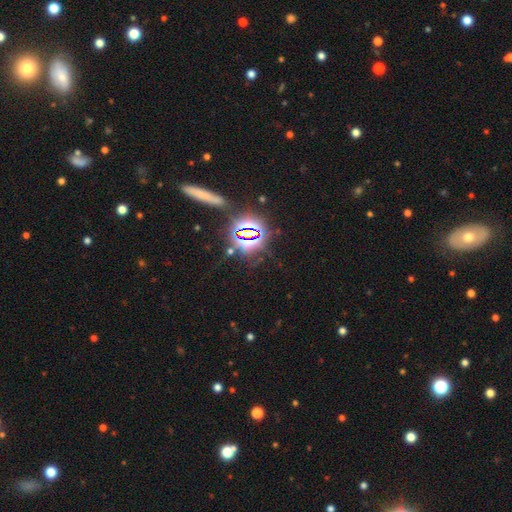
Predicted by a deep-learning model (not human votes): The model was most divided on "smooth or featured": star or artifact: 73%, smooth: 17%, featured or disk: 11%.